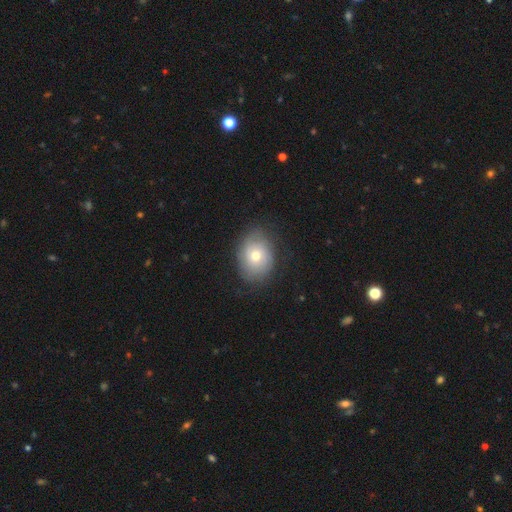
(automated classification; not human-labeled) Smooth or featured? Predicted: smooth (p=0.56). How rounded? Predicted: in between (p=0.61). Merging? Predicted: none (p=0.76).